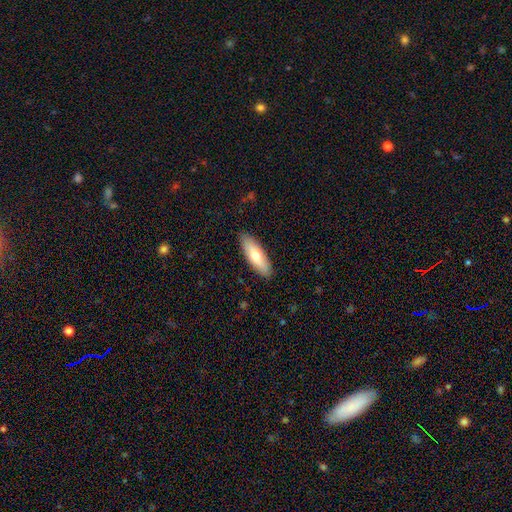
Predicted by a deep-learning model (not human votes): smooth 70%, featured or disk 24%, star or artifact 6%. Down the decision tree: how rounded — in between (54%); merging — none (89%).